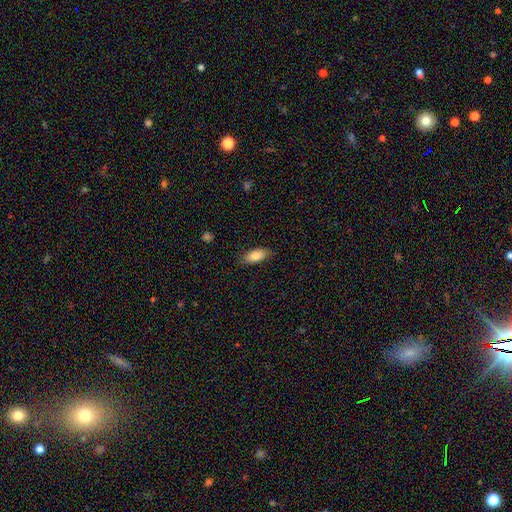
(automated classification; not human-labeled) Morphology: type=smooth (84%); roundness=in between (88%); merging=none (84%).